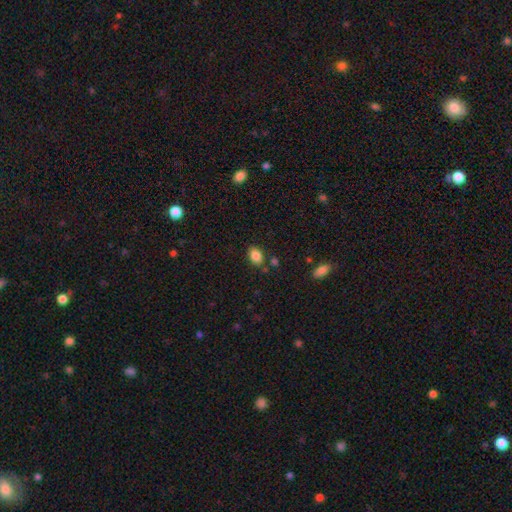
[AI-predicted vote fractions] Smooth or featured?
  - smooth: 86% *
  - star or artifact: 9%
  - featured or disk: 5%
How rounded?
  - in between: 78% *
  - round: 21%
  - cigar-shaped: 1%
Merging?
  - none: 79% *
  - minor disturbance: 12%
  - merger: 6%
  - major disturbance: 3%